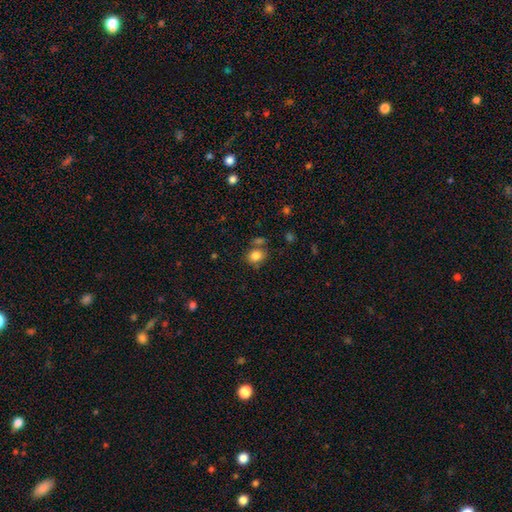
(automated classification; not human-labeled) Smooth or featured? smooth (83%)
How rounded? round (59%)
Merging? none (63%)